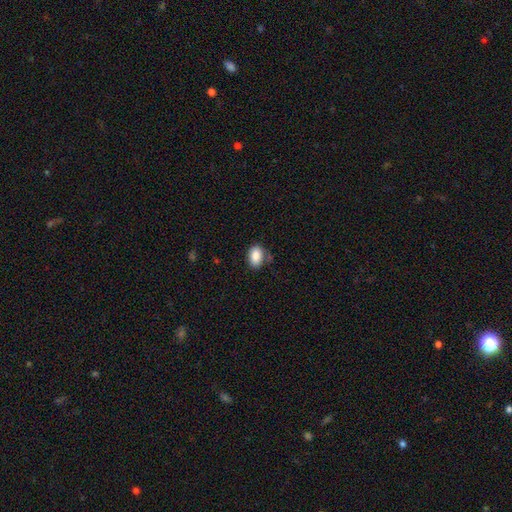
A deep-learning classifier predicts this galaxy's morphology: smooth_or_featured: smooth (p=0.86) [alt: star or artifact p=0.08]
how_rounded: in between (p=0.83) [alt: round p=0.16]
merging: none (p=0.74) [alt: minor disturbance p=0.16]